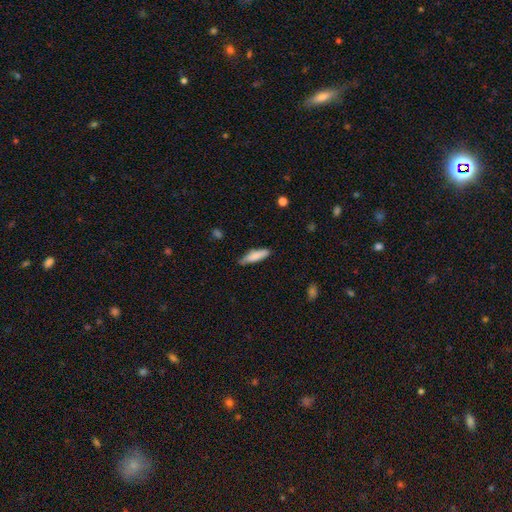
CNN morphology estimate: Overall: smooth (79%). How rounded: cigar-shaped (70%). Merging: none (77%).